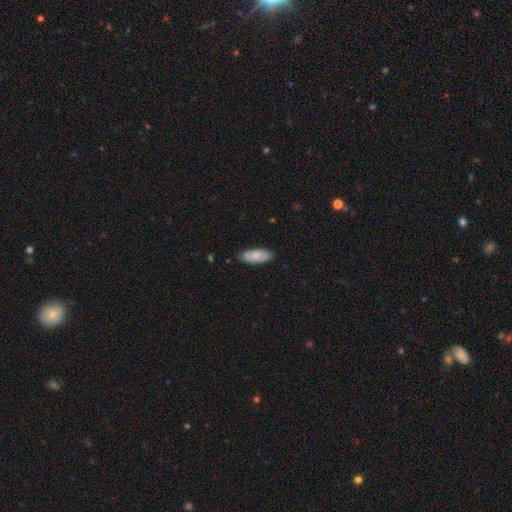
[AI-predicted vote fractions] Overall: smooth (74%). How rounded: in between (84%). Merging: none (81%).